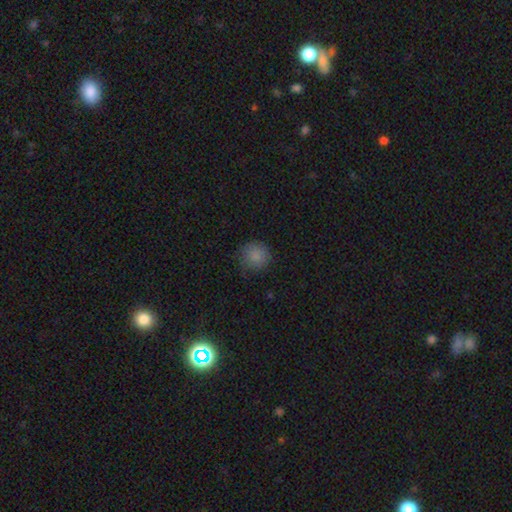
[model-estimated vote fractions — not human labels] A smooth galaxy with no disk features (85%) that is round (93%).

Vote fractions:
- Smooth or featured? smooth: 85% / star or artifact: 10% / featured or disk: 5%
- How rounded? round: 93% / in between: 6% / cigar-shaped: 1%
- Merging? none: 81% / minor disturbance: 14% / major disturbance: 4% / merger: 1%